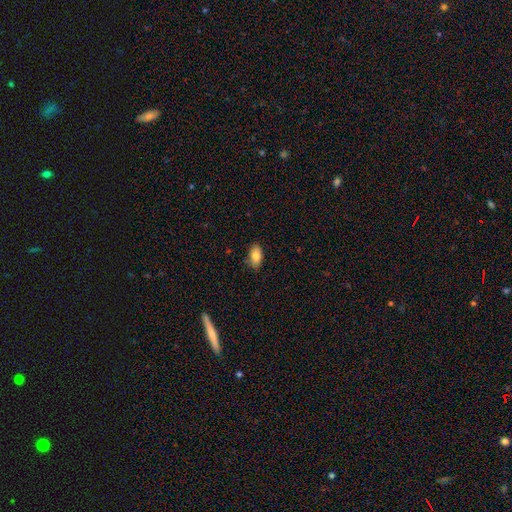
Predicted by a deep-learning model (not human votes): This is clearly a smooth galaxy (85%). How rounded: clearly in between (92%). Merging: clearly none (85%).